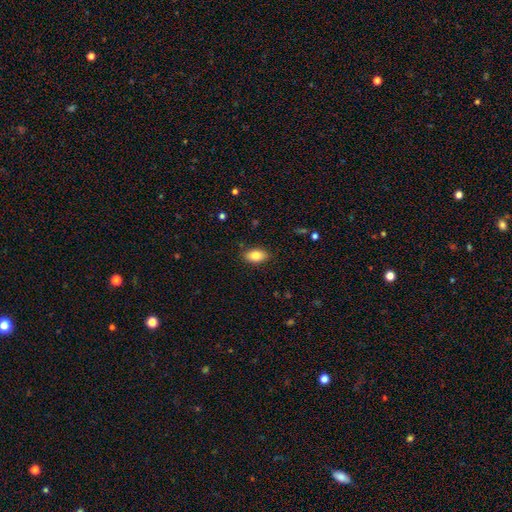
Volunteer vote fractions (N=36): Smooth or featured?
  - smooth: 72% *
  - featured or disk: 22%
  - star or artifact: 6%
How rounded?
  - in between: 92% *
  - round: 4%
  - cigar-shaped: 4%
Merging?
  - none: 88% *
  - minor disturbance: 6%
  - major disturbance: 6%
  - merger: 0%